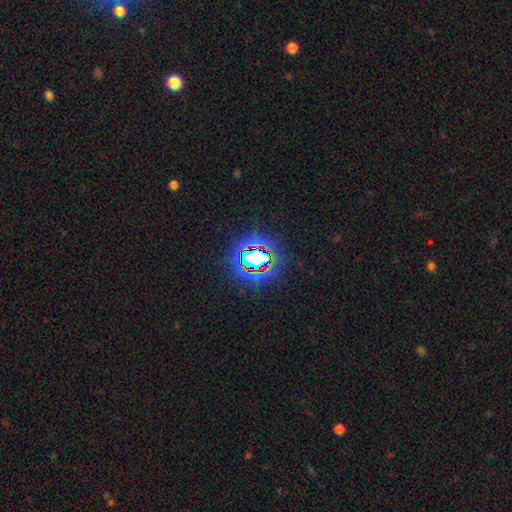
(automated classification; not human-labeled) Overall: star or artifact (69%).